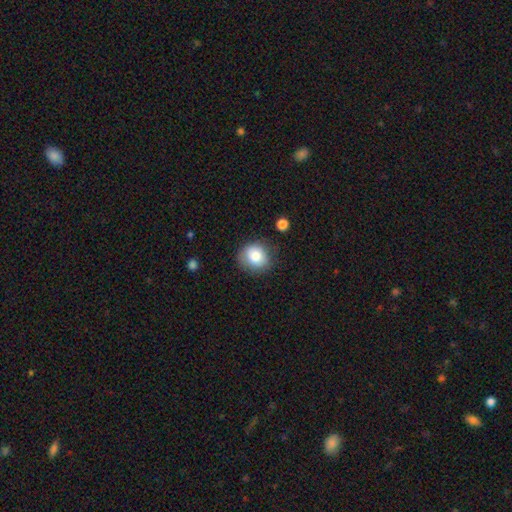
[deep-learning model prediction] Q: Smooth or featured?
A: smooth (83%); runner-up: star or artifact (9%)
Q: How rounded?
A: round (79%); runner-up: in between (20%)
Q: Merging?
A: none (79%); runner-up: minor disturbance (15%)